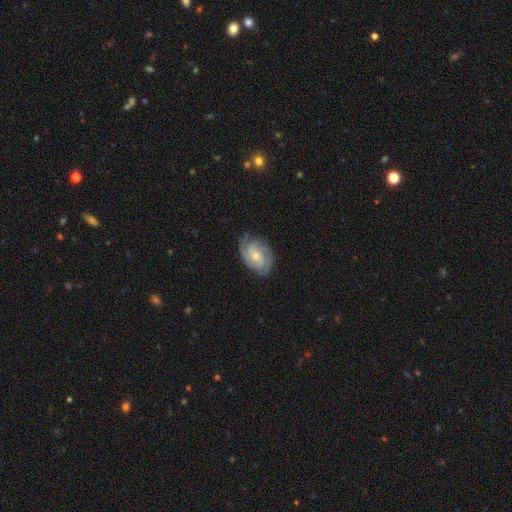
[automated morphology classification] Smooth or featured?
  - featured or disk: 84% *
  - smooth: 10%
  - star or artifact: 5%
Edge-on disk?
  - no: 97% *
  - yes: 3%
Bar?
  - no: 58% *
  - weak: 35%
  - strong: 7%
Spiral arms?
  - yes: 97% *
  - no: 3%
Spiral winding?
  - tight: 55% *
  - medium: 37%
  - loose: 8%
Spiral arm count?
  - 3: 38% *
  - 2: 23%
  - can't tell: 17%
  - 4: 13%
  - 1: 5%
  - more than 4: 5%
Bulge size?
  - small: 62% *
  - moderate: 35%
  - none: 2%
  - large: 1%
  - dominant: 1%
Merging?
  - none: 76% *
  - minor disturbance: 18%
  - major disturbance: 5%
  - merger: 1%